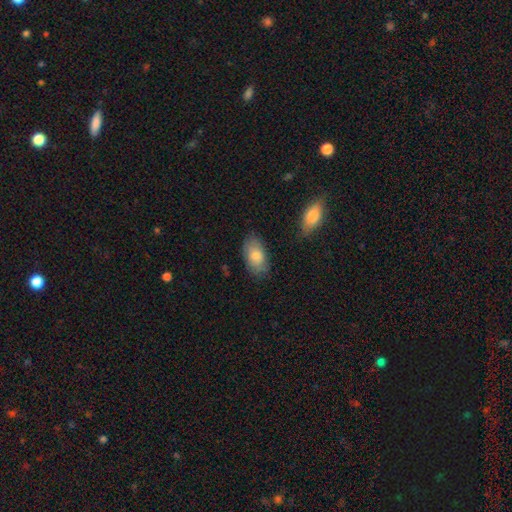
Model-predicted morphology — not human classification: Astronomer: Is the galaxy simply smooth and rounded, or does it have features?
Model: smooth — 79%.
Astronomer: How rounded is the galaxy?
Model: in between — 93%.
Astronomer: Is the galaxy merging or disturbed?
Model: none — 80%.